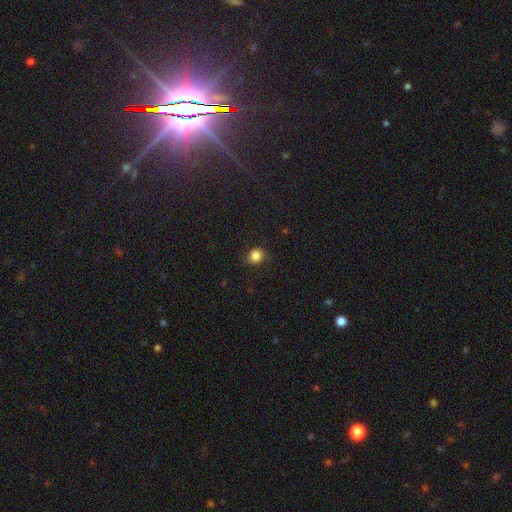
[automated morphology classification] Smooth or featured?
  - smooth: 83% *
  - star or artifact: 11%
  - featured or disk: 6%
How rounded?
  - round: 80% *
  - in between: 19%
  - cigar-shaped: 1%
Merging?
  - none: 79% *
  - minor disturbance: 15%
  - major disturbance: 5%
  - merger: 1%